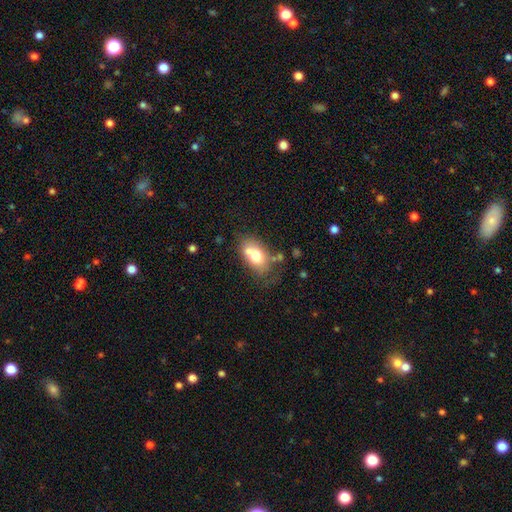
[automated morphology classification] type=smooth (68%); roundness=in between (82%); merging=none (44%).